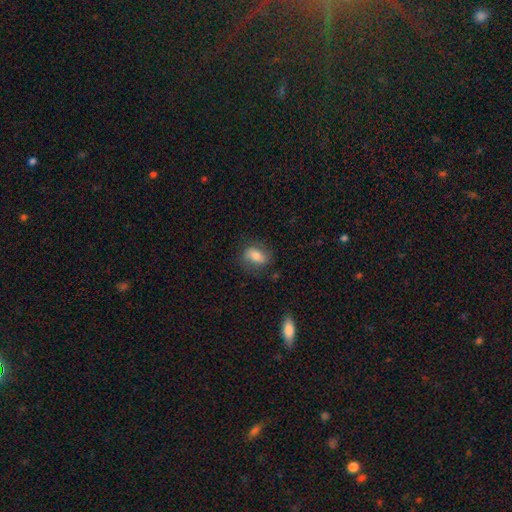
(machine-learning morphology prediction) smooth-or-featured: smooth: 71% | featured or disk: 21% | star or artifact: 8%
  how-rounded: in between: 76% | round: 20% | cigar-shaped: 3%
  merging: none: 74% | minor disturbance: 18% | major disturbance: 6% | merger: 2%